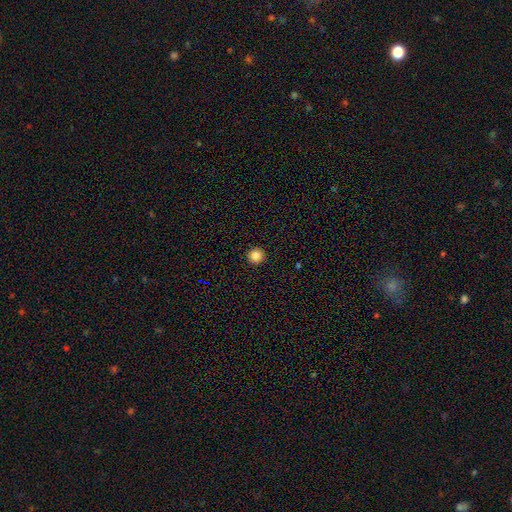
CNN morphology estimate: This is clearly a smooth galaxy (85%). How rounded: clearly round (96%). Merging: clearly none (94%).